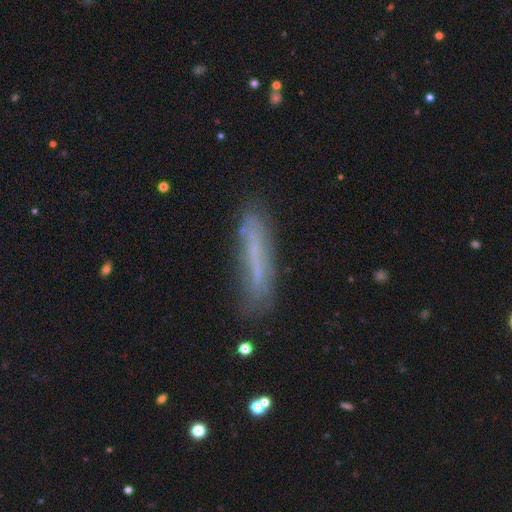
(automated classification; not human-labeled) Morphology: type=smooth (53%); roundness=cigar-shaped (88%); merging=none (74%).